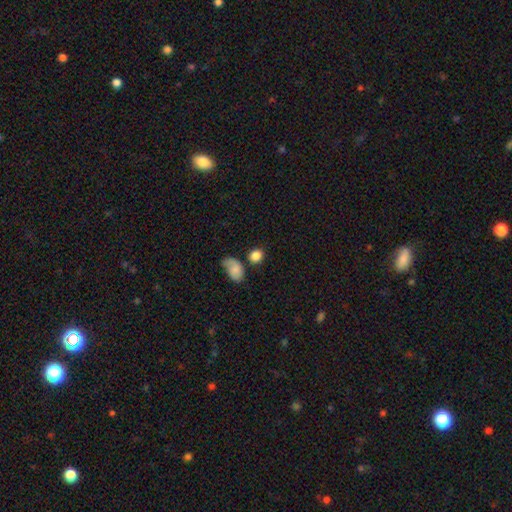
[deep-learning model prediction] Morphology: type=smooth (84%); roundness=round (62%); merging=none (62%).